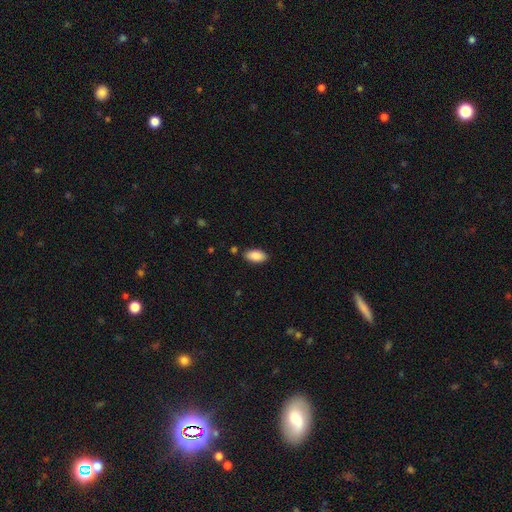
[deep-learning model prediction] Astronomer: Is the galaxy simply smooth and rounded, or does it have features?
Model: smooth — 89%.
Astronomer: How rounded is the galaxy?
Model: in between — 94%.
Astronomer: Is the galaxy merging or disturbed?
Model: none — 85%.